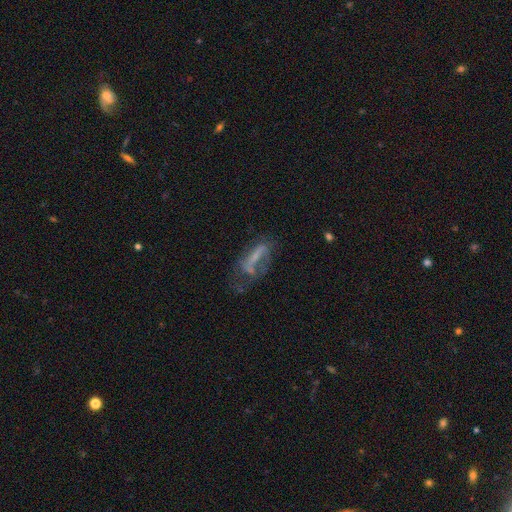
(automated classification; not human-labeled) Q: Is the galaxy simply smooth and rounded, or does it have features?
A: featured or disk — 50%.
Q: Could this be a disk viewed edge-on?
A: no — 85%.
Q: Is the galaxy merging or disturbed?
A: major disturbance — 39%.